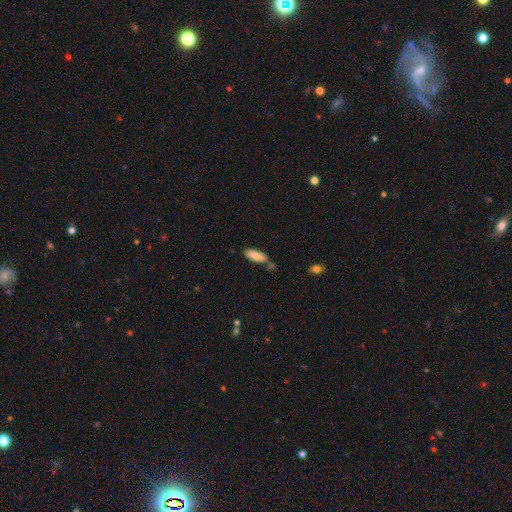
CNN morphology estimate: This appears to be a smooth galaxy with no disk features (84%) that is in between round and cigar-shaped (68%). Merging: none (61%).